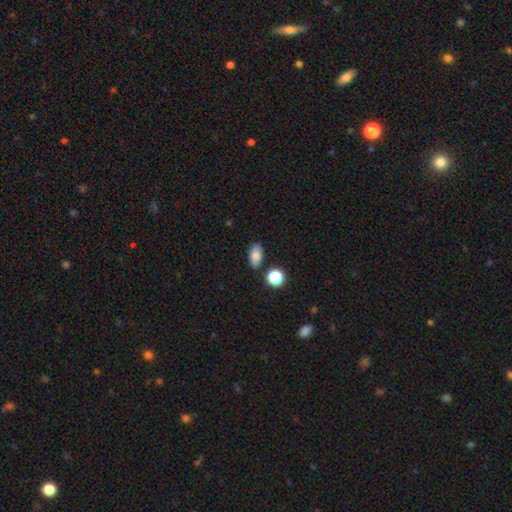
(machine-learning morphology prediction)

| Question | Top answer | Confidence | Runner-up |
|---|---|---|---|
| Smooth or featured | smooth | 81% | star or artifact (10%) |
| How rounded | in between | 89% | round (8%) |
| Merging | none | 82% | minor disturbance (10%) |